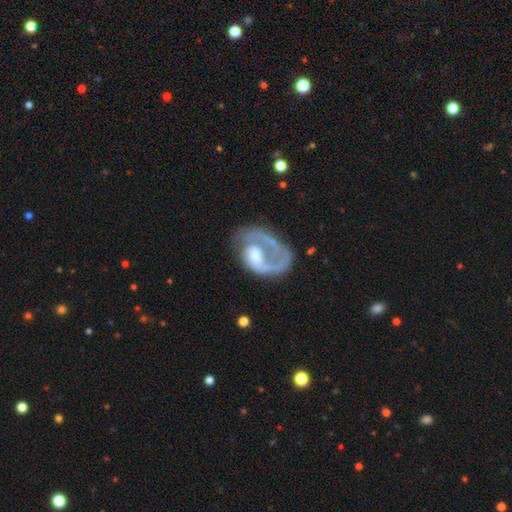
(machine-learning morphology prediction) The model was most divided on "spiral winding": tight: 42%, medium: 34%, loose: 24%. Remaining: edge-on disk — no (98%); spiral arms — yes (82%); spiral arm count — 1 (80%); smooth or featured — featured or disk (79%); bar — no (65%); bulge size — moderate (49%); merging — none (45%).